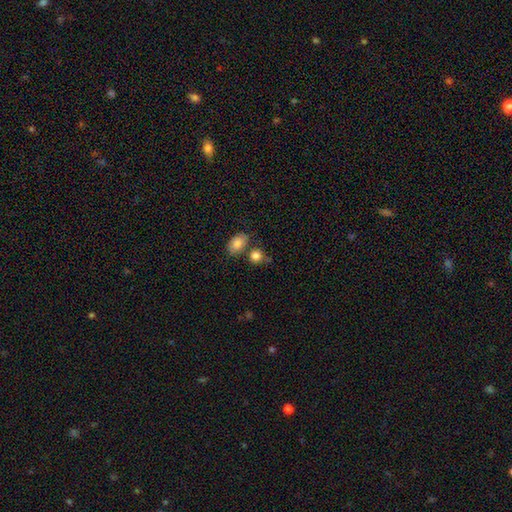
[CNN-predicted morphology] type=smooth (84%); roundness=round (74%); merging=none (62%).